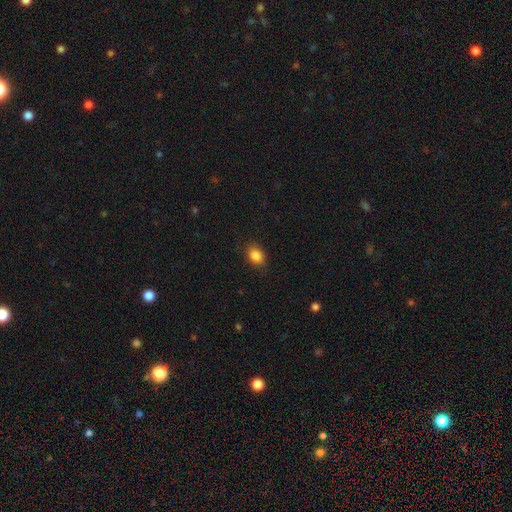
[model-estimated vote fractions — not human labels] The model was most divided on "how rounded": in between: 66%, round: 33%, cigar-shaped: 1%. More confident: smooth or featured — smooth (86%); merging — none (84%).